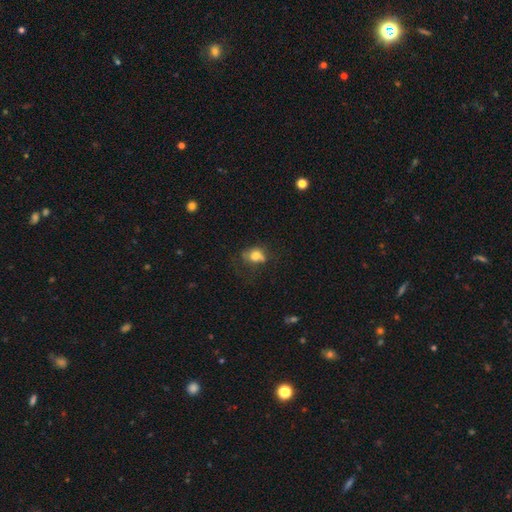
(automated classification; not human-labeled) Overall: smooth (71%). How rounded: in between (52%; round 47%). Merging: none (43%; minor disturbance 26%).